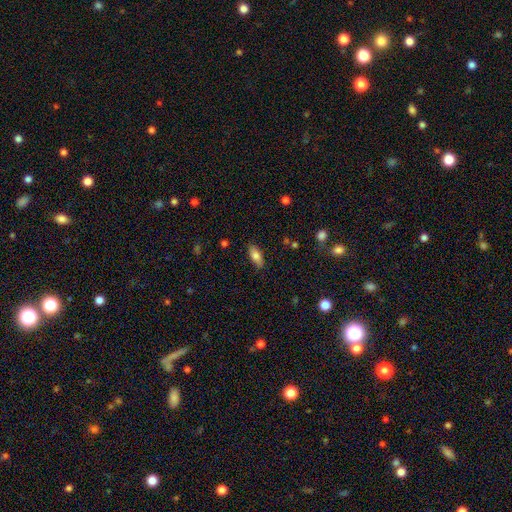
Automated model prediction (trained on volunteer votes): The model was most divided on "smooth or featured": smooth: 78%, featured or disk: 14%, star or artifact: 7%. More confident: merging — none (87%); how rounded — in between (81%).